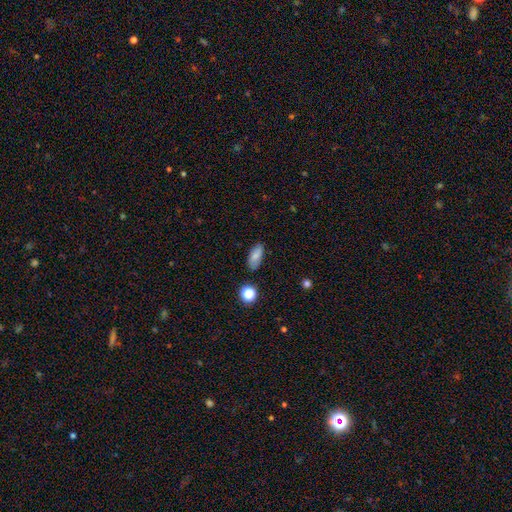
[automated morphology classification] Q: Smooth or featured?
A: smooth (81%); runner-up: featured or disk (10%)
Q: How rounded?
A: in between (85%); runner-up: cigar-shaped (10%)
Q: Merging?
A: none (82%); runner-up: minor disturbance (13%)